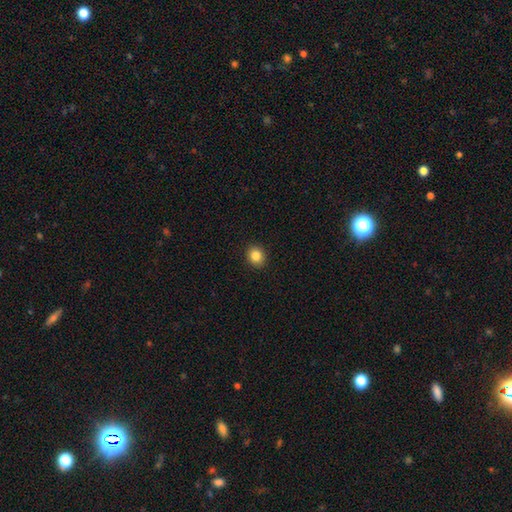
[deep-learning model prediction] Smooth or featured?
  - smooth: 85% *
  - star or artifact: 10%
  - featured or disk: 5%
How rounded?
  - round: 76% *
  - in between: 23%
  - cigar-shaped: 1%
Merging?
  - none: 92% *
  - minor disturbance: 6%
  - major disturbance: 2%
  - merger: 1%